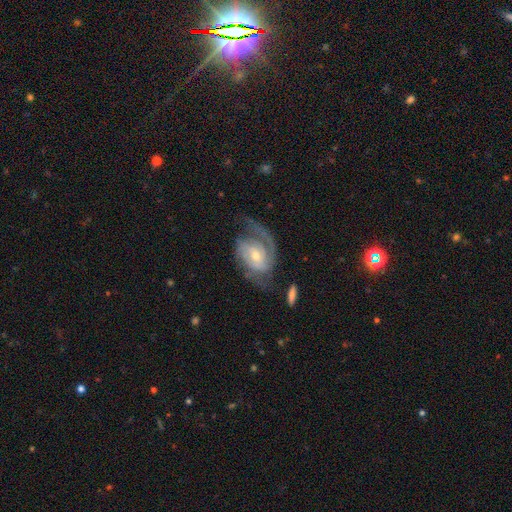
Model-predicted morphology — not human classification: Q: Smooth or featured?
A: featured or disk (85%); runner-up: smooth (10%)
Q: Edge-on disk?
A: no (97%); runner-up: yes (3%)
Q: Bar?
A: no (50%); runner-up: weak (40%)
Q: Spiral arms?
A: yes (95%); runner-up: no (5%)
Q: Spiral winding?
A: tight (42%); runner-up: medium (41%)
Q: Spiral arm count?
A: 2 (51%); runner-up: 1 (23%)
Q: Bulge size?
A: moderate (48%); runner-up: small (46%)
Q: Merging?
A: none (50%); runner-up: major disturbance (26%)